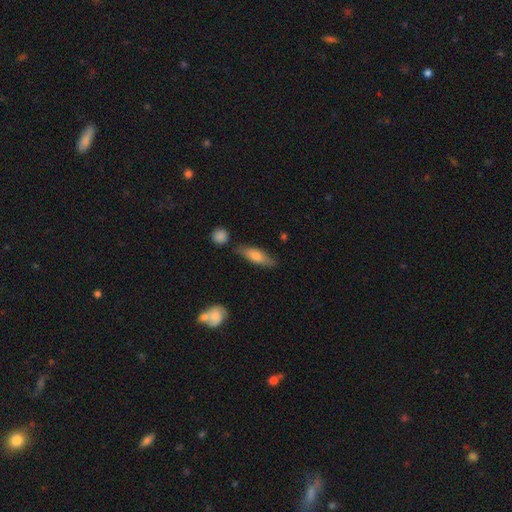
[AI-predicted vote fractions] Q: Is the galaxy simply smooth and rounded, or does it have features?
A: smooth — 66%.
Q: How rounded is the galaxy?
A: in between — 53%.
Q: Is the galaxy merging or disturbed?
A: none — 74%.